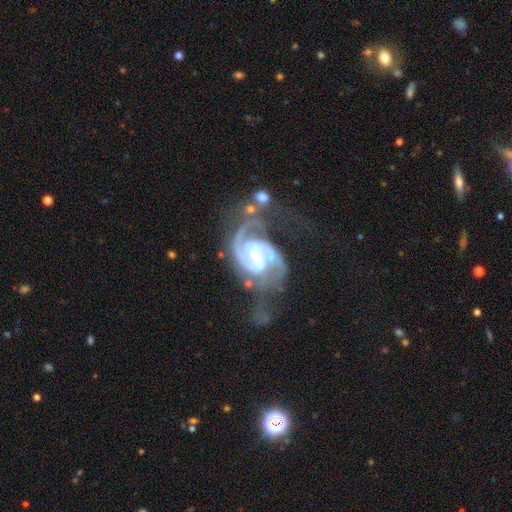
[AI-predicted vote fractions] smooth_or_featured: featured or disk (p=0.92) [alt: star or artifact p=0.04]
disk_edge_on: no (p=0.98) [alt: yes p=0.02]
bar: weak (p=0.43) [alt: no p=0.42]
has_spiral_arms: yes (p=0.98) [alt: no p=0.02]
spiral_winding: medium (p=0.49) [alt: tight p=0.39]
spiral_arm_count: 2 (p=0.81) [alt: 3 p=0.07]
bulge_size: small (p=0.65) [alt: moderate p=0.26]
merging: none (p=0.33) [alt: major disturbance p=0.30]